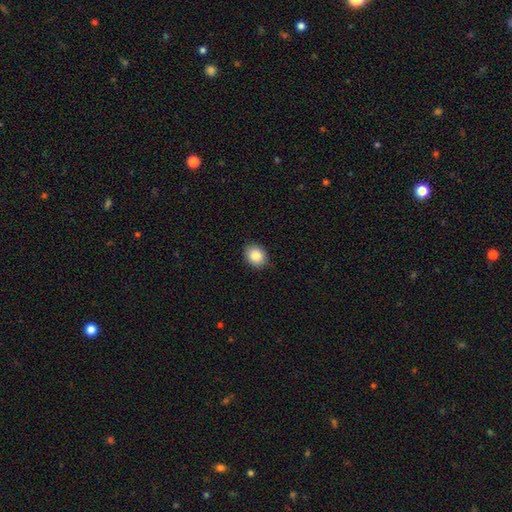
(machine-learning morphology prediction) type=smooth (87%); roundness=in between (54%); merging=none (88%).